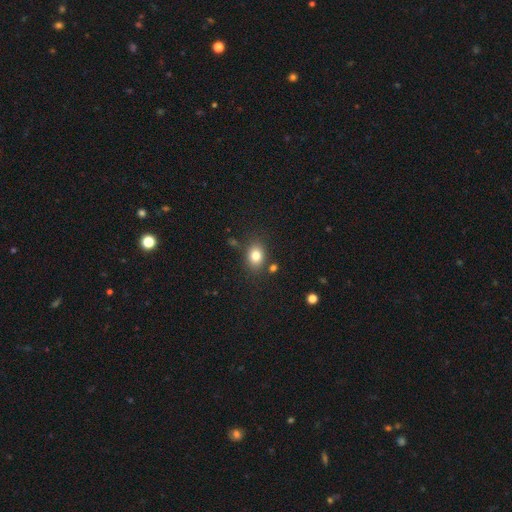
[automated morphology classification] Overall: smooth (81%). How rounded: in between (58%; round 41%). Merging: none (78%).